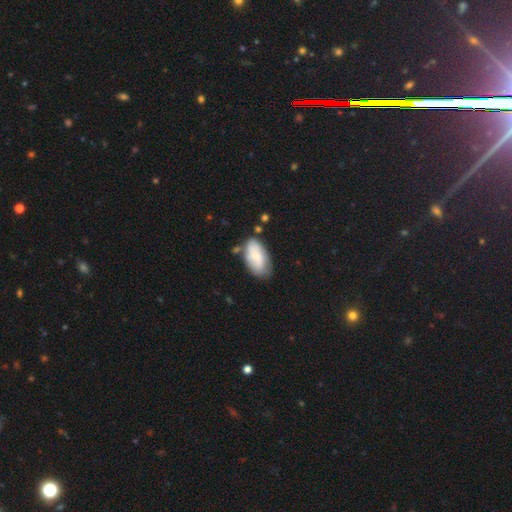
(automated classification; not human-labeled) This appears to be a smooth galaxy with no disk features (65%) that is in between round and cigar-shaped (94%). Merging: none (60%).